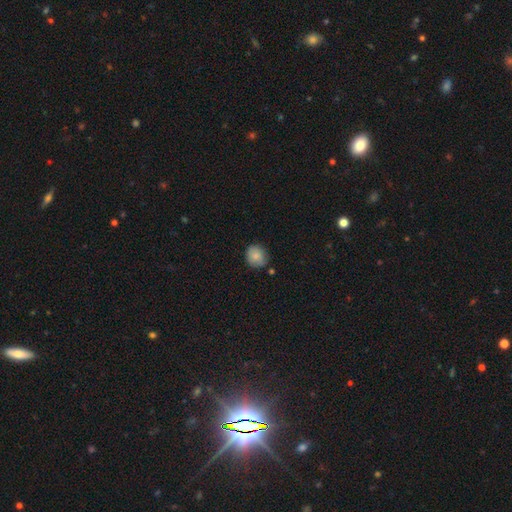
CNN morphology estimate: A smooth galaxy with no disk features (84%) that is round (82%). Merging: none (77%).